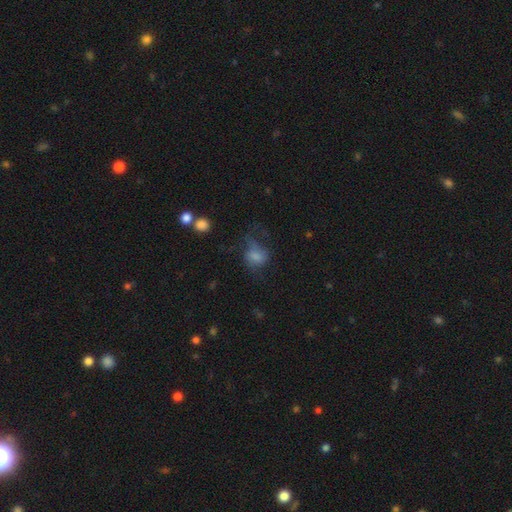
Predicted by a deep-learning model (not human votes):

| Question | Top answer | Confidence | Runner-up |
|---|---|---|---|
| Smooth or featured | smooth | 66% | featured or disk (21%) |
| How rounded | in between | 52% | round (47%) |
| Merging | major disturbance | 43% | none (30%) |